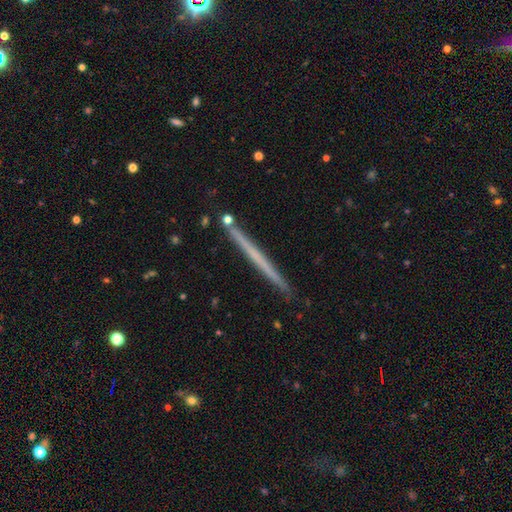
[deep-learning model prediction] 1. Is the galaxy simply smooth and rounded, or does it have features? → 51% featured or disk, 43% smooth, 6% star or artifact.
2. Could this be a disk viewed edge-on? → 98% yes, 2% no.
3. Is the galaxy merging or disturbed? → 90% none, 7% minor disturbance, 2% merger, 1% major disturbance.